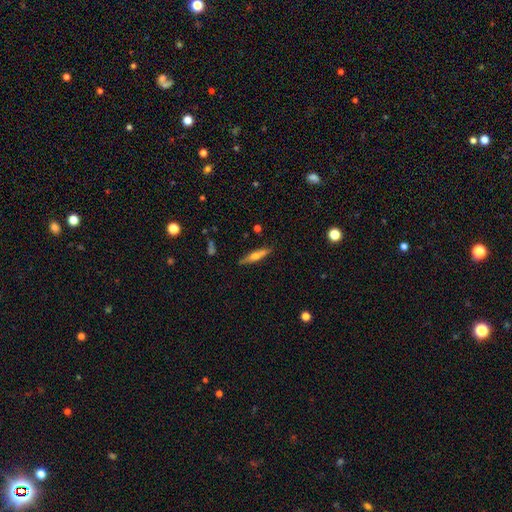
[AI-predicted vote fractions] A featured or disk galaxy (54%) viewed edge-on (94%) with a rounded central bulge (87%).

Vote fractions:
- Smooth or featured? featured or disk: 54% / smooth: 40% / star or artifact: 7%
- Edge-on disk? yes: 94% / no: 6%
- Edge-on bulge? rounded: 87% / boxy: 6% / none: 6%
- Merging? none: 86% / minor disturbance: 10% / major disturbance: 2% / merger: 2%